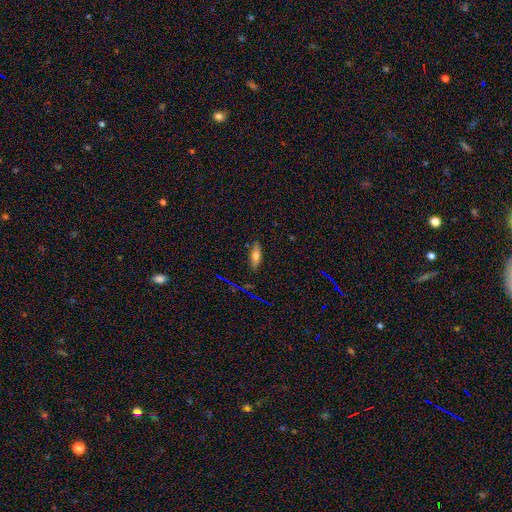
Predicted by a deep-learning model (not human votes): Smooth or featured: smooth — 67% (featured or disk — 21%)
How rounded: in between — 66% (cigar-shaped — 31%)
Merging: none — 81% (minor disturbance — 14%)